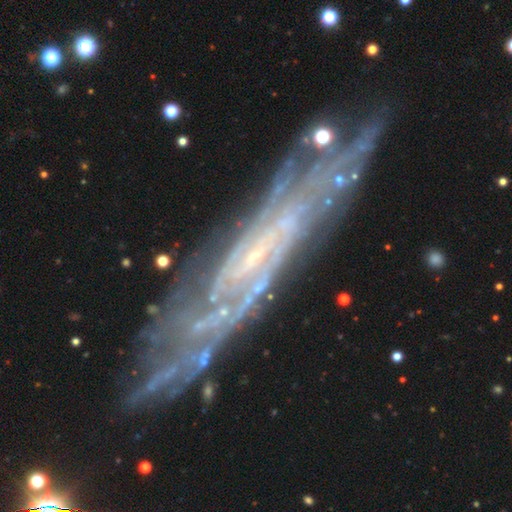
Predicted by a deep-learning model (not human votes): Morphology: type=featured or disk (88%); edge-on=no (75%); bar=weak (39%); spiral arms=yes (96%); winding=tight (55%); arm count=2 (35%); bulge=small (77%); merging=none (72%).